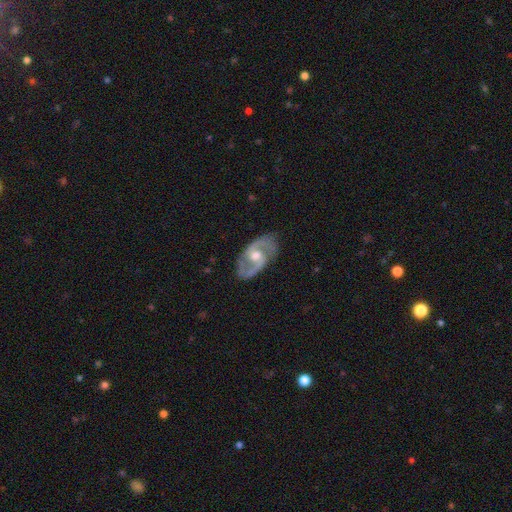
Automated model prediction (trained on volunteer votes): Smooth or featured?
  - featured or disk: 88% *
  - smooth: 7%
  - star or artifact: 5%
Edge-on disk?
  - no: 96% *
  - yes: 4%
Bar?
  - no: 48% *
  - weak: 42%
  - strong: 10%
Spiral arms?
  - yes: 95% *
  - no: 5%
Spiral winding?
  - medium: 58% *
  - loose: 22%
  - tight: 20%
Spiral arm count?
  - 2: 90% *
  - can't tell: 4%
  - 3: 2%
  - 1: 2%
  - 4: 1%
  - more than 4: 1%
Bulge size?
  - moderate: 74% *
  - small: 15%
  - large: 9%
  - none: 1%
  - dominant: 1%
Merging?
  - none: 80% *
  - minor disturbance: 15%
  - major disturbance: 4%
  - merger: 1%